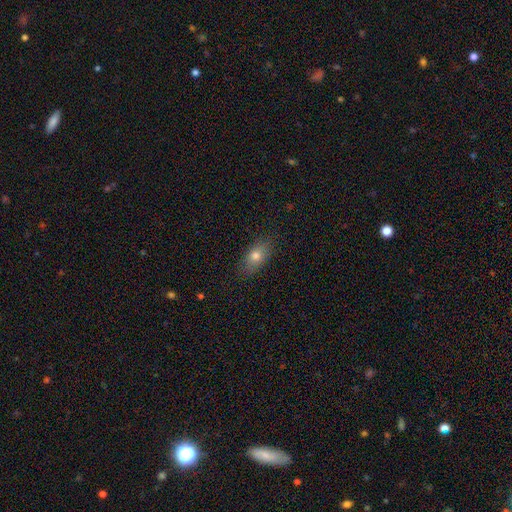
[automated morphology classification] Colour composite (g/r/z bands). It shows a smooth galaxy with no disk features (75%) that is in between round and cigar-shaped (82%). Merging: none (84%).